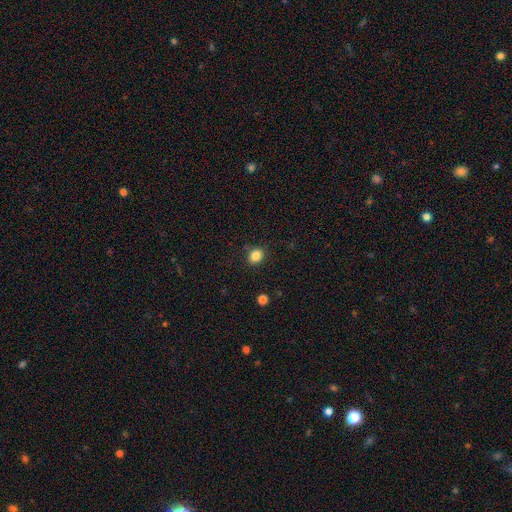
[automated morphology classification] smooth 84%, star or artifact 11%, featured or disk 5%. Down the decision tree: how rounded — round (63%); merging — none (86%).